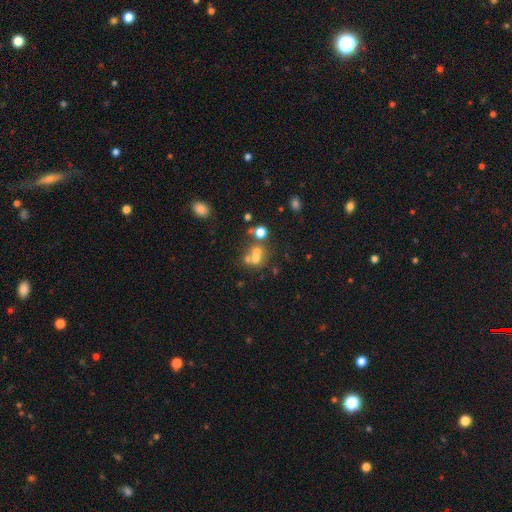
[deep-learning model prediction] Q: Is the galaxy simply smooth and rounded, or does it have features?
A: smooth — 56%.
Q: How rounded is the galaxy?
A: round — 70%.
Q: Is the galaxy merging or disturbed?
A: merger — 53%.